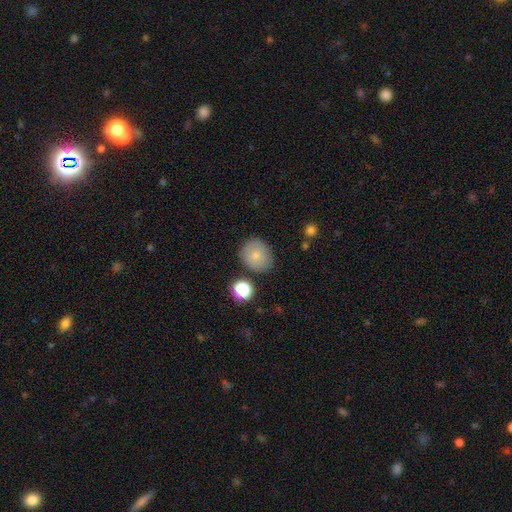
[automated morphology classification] Smooth or featured?
  - smooth: 76% *
  - featured or disk: 15%
  - star or artifact: 9%
How rounded?
  - round: 74% *
  - in between: 25%
  - cigar-shaped: 1%
Merging?
  - none: 79% *
  - minor disturbance: 13%
  - merger: 5%
  - major disturbance: 4%